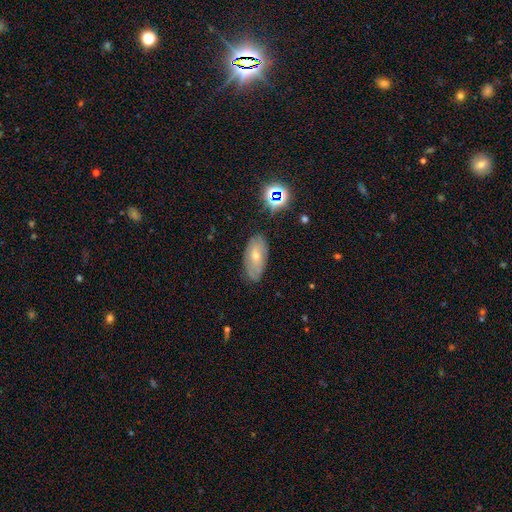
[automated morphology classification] The model was most divided on "smooth or featured": featured or disk: 47%, smooth: 38%, star or artifact: 15%. More confident: merging — none (74%).